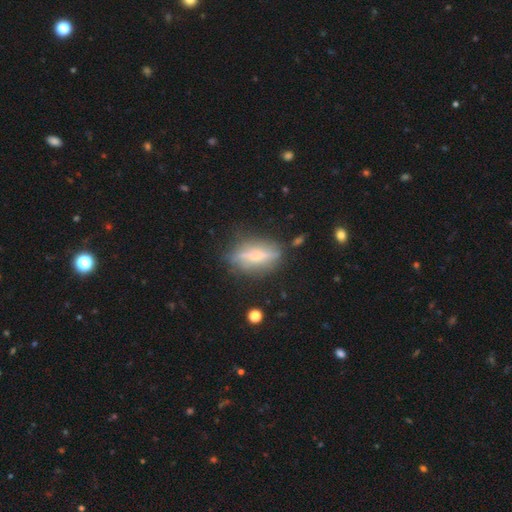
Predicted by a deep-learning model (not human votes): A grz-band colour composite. It shows a featured or disk galaxy (59%) viewed edge-on (81%). Merging: none (76%).